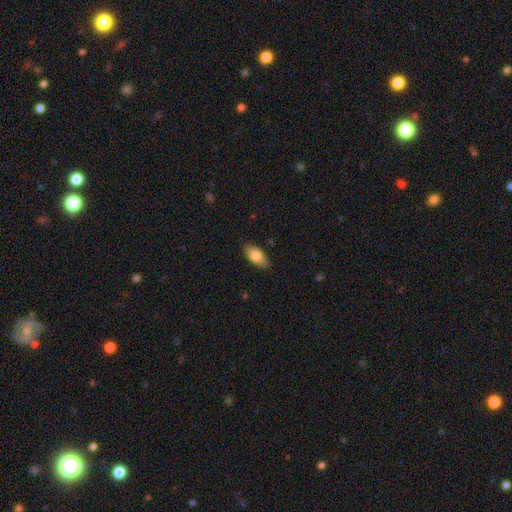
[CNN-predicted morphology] This is likely a smooth galaxy (78%). How rounded: clearly in between (87%). Merging: clearly none (85%).